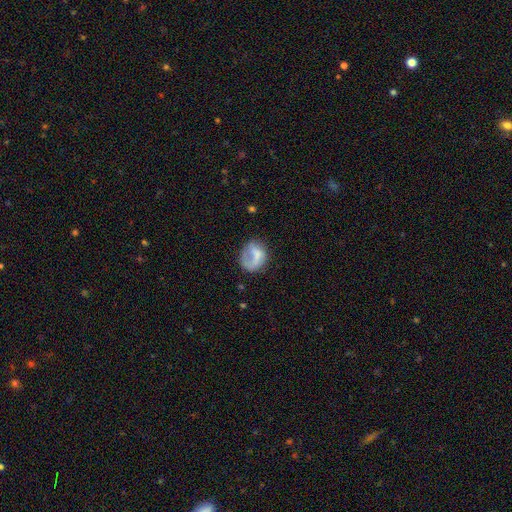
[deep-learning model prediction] Smooth or featured: smooth — 56% (featured or disk — 35%)
How rounded: round — 62% (in between — 37%)
Merging: none — 42% (major disturbance — 31%)